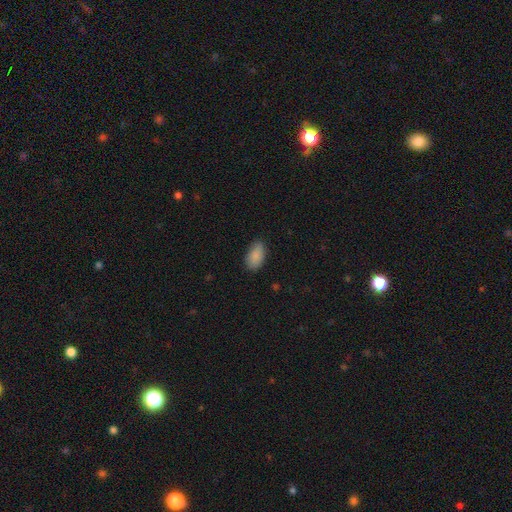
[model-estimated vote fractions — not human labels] Smooth or featured: smooth — 87% (star or artifact — 7%)
How rounded: in between — 93% (round — 4%)
Merging: none — 81% (minor disturbance — 16%)